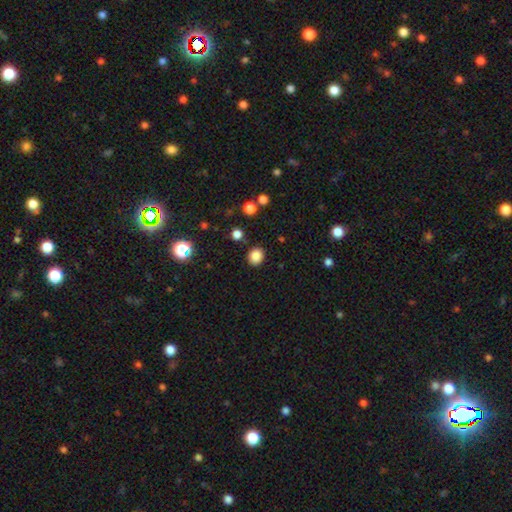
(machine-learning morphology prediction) A smooth galaxy with no disk features (84%) that is round (69%).

Vote fractions:
- Smooth or featured? smooth: 84% / star or artifact: 12% / featured or disk: 4%
- How rounded? round: 69% / in between: 31% / cigar-shaped: 1%
- Merging? none: 87% / minor disturbance: 9% / major disturbance: 3% / merger: 2%